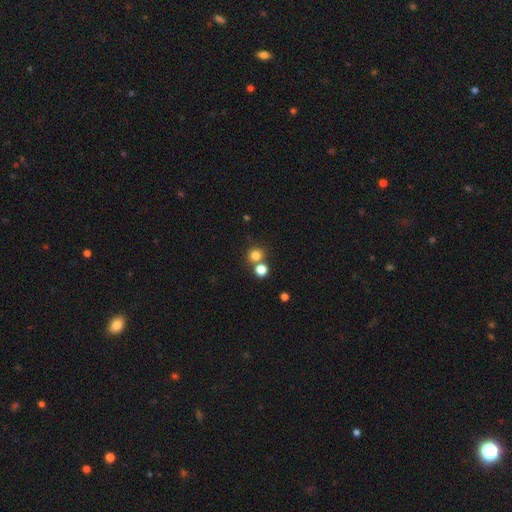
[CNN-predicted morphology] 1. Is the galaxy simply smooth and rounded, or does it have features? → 78% smooth, 15% star or artifact, 7% featured or disk.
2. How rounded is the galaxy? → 90% round, 9% in between, 1% cigar-shaped.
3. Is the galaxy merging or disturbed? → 62% none, 28% merger, 7% minor disturbance, 3% major disturbance.